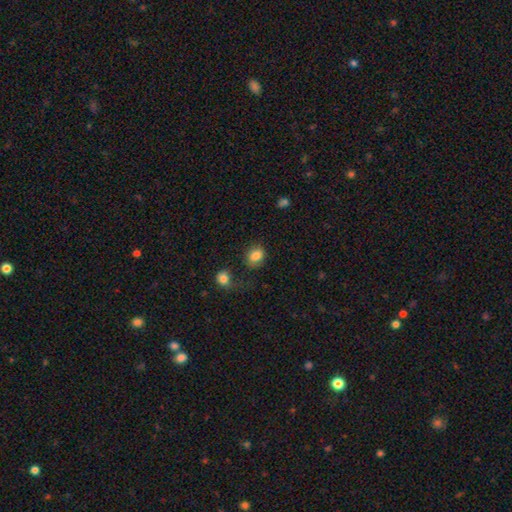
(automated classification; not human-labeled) Smooth or featured?
  - smooth: 84% *
  - star or artifact: 10%
  - featured or disk: 6%
How rounded?
  - round: 53% *
  - in between: 46%
  - cigar-shaped: 1%
Merging?
  - none: 68% *
  - minor disturbance: 17%
  - major disturbance: 8%
  - merger: 7%